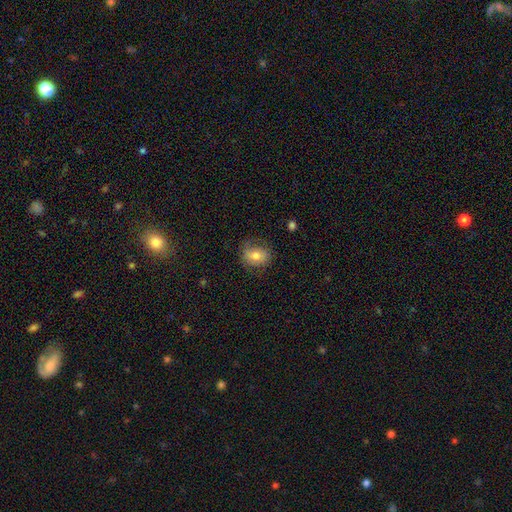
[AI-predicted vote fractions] This appears to be a smooth galaxy with no disk features (66%) that is in between round and cigar-shaped (51%). Merging: none (68%).